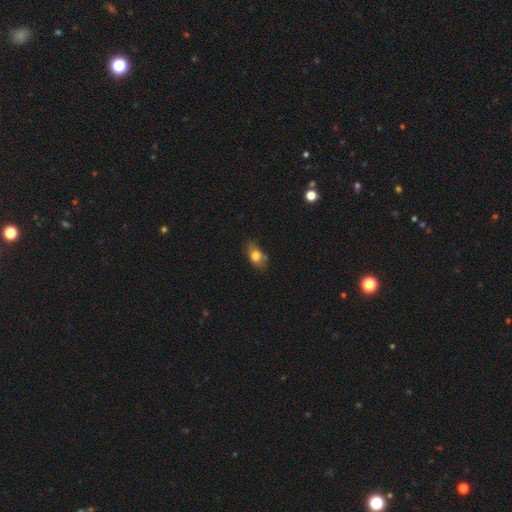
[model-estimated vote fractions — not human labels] The model was most divided on "merging": none: 62%, minor disturbance: 27%, major disturbance: 8%, merger: 4%. More confident: how rounded — in between (78%); smooth or featured — smooth (74%).